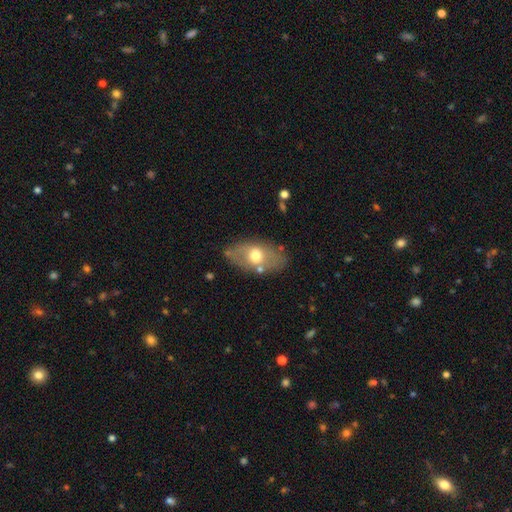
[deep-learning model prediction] smooth_or_featured: smooth (p=0.56) [alt: featured or disk p=0.37]
how_rounded: in between (p=0.88) [alt: round p=0.09]
merging: none (p=0.75) [alt: minor disturbance p=0.16]